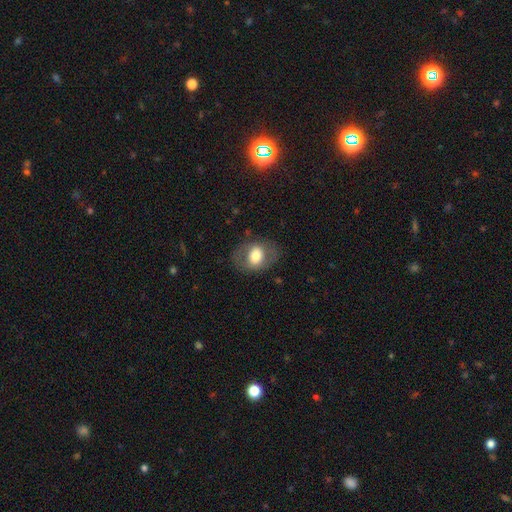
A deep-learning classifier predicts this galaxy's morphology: This is likely a smooth galaxy (62%). How rounded: likely in between (65%). Merging: likely none (77%).